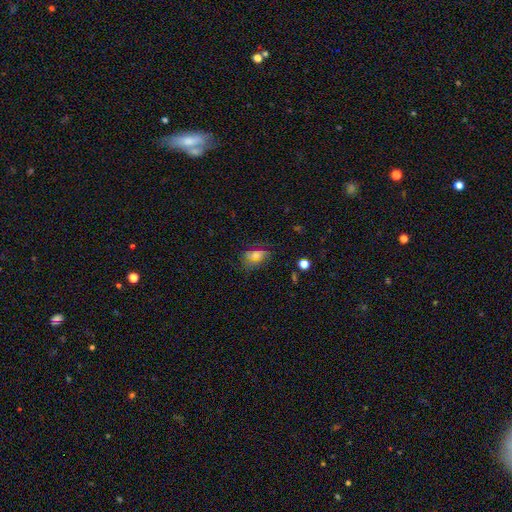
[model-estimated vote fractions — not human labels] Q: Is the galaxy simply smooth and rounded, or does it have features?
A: smooth — 49%.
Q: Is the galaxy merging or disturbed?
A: none — 75%.